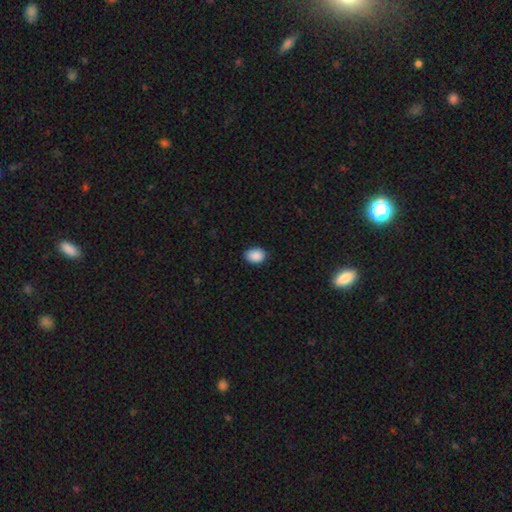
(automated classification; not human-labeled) A smooth galaxy with no disk features (90%) that is in between round and cigar-shaped (75%). Merging: none (85%).